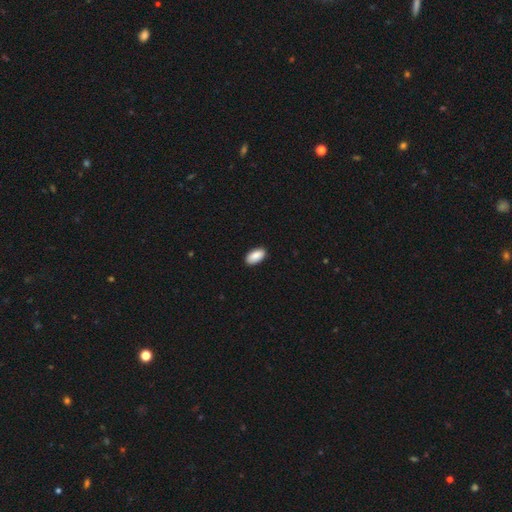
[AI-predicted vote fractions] Overall: smooth (90%). How rounded: in between (94%). Merging: none (89%).